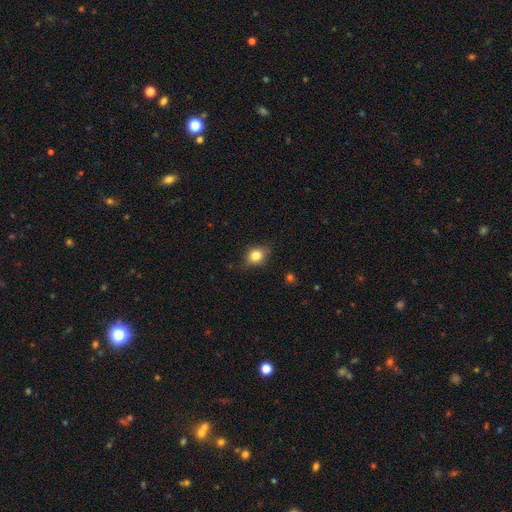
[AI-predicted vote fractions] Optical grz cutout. It shows a smooth galaxy with no disk features (79%) that is round (54%). Merging: none (76%).